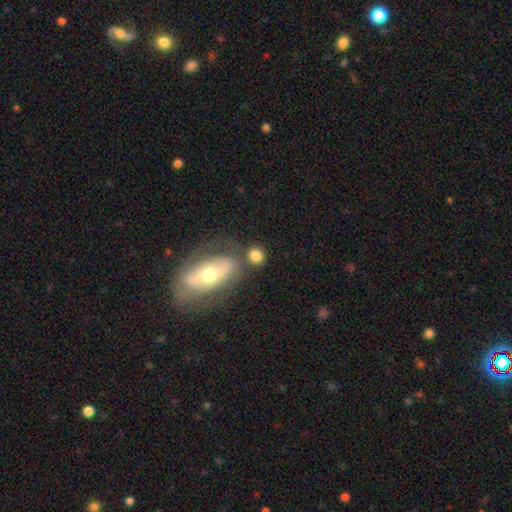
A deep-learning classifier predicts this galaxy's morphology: type=smooth (78%); roundness=round (72%); merging=none (63%).